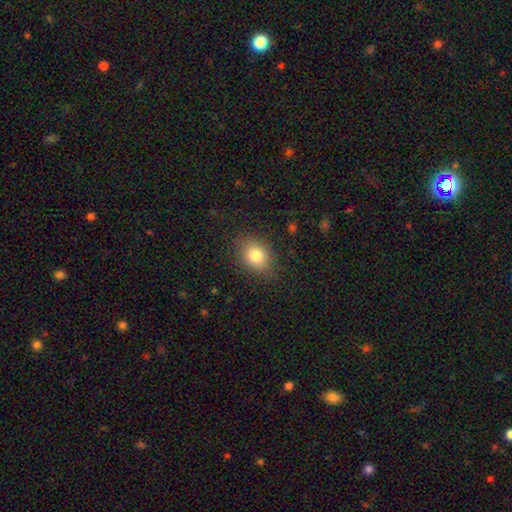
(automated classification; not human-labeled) A smooth galaxy with no disk features (81%) that is in between round and cigar-shaped (52%). Merging: none (84%).